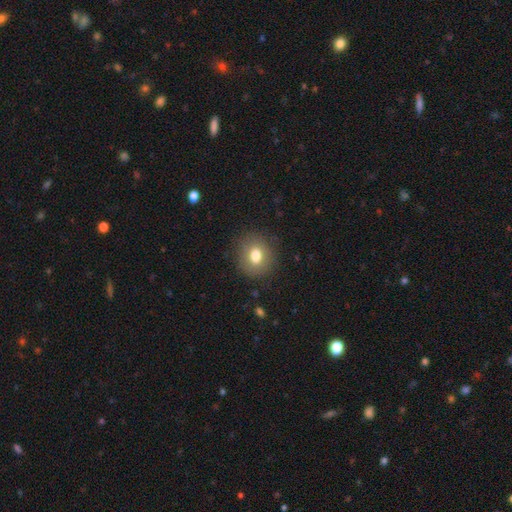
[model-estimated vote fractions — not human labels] A smooth galaxy with no disk features (77%) that is round (71%).

Vote fractions:
- Smooth or featured? smooth: 77% / featured or disk: 13% / star or artifact: 10%
- How rounded? round: 71% / in between: 28% / cigar-shaped: 1%
- Merging? none: 85% / minor disturbance: 10% / major disturbance: 4% / merger: 1%